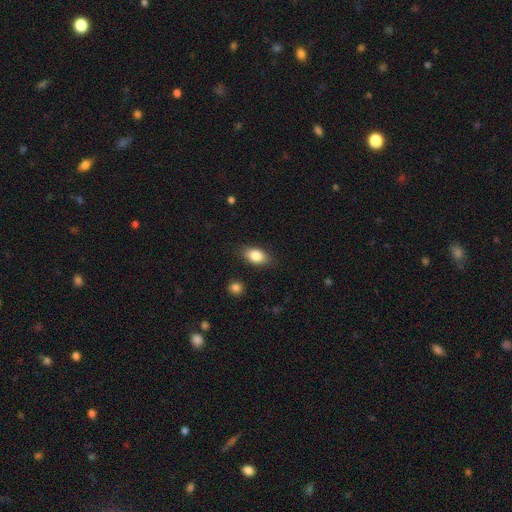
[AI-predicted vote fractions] A smooth galaxy with no disk features (83%) that is in between round and cigar-shaped (87%).

Vote fractions:
- Smooth or featured? smooth: 83% / featured or disk: 9% / star or artifact: 7%
- How rounded? in between: 87% / round: 9% / cigar-shaped: 4%
- Merging? none: 85% / minor disturbance: 11% / major disturbance: 3% / merger: 1%